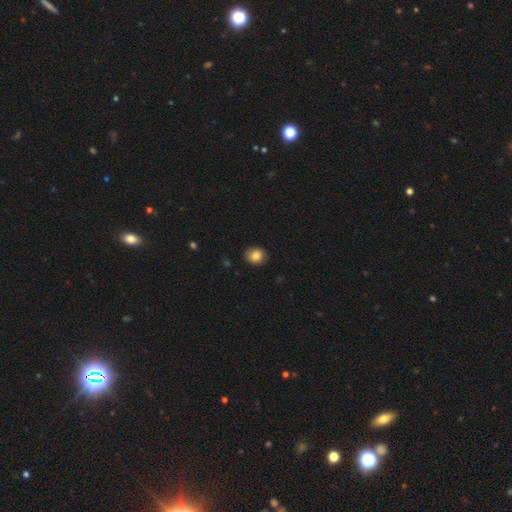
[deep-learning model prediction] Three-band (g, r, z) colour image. It shows a smooth galaxy with no disk features (84%) that is round (63%). Merging: none (87%).